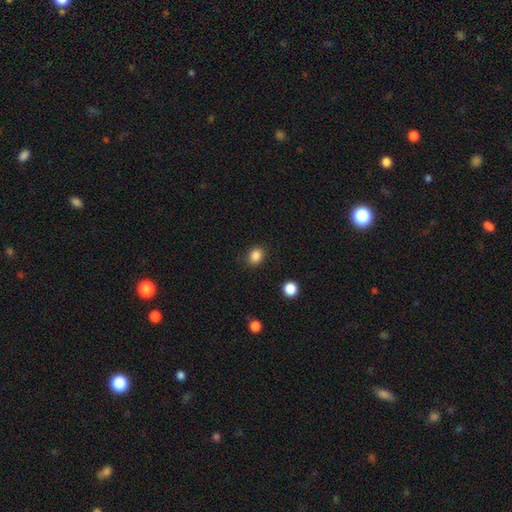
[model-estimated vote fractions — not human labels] Overall: smooth (86%). How rounded: round (50%, tied with in between). Merging: none (87%).